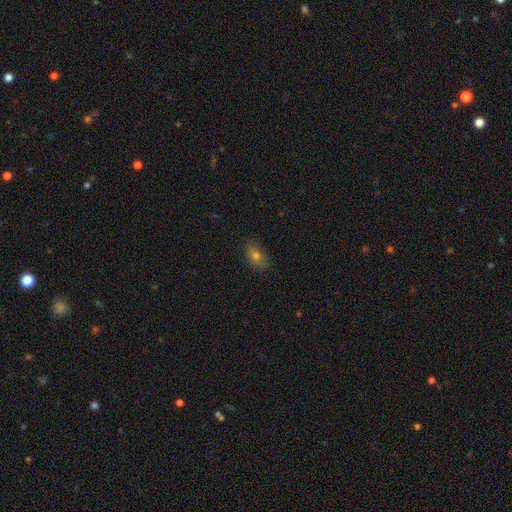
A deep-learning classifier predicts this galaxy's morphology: A smooth galaxy with no disk features (72%) that is in between round and cigar-shaped (79%).

Vote fractions:
- Smooth or featured? smooth: 72% / star or artifact: 16% / featured or disk: 12%
- How rounded? in between: 79% / round: 17% / cigar-shaped: 4%
- Merging? none: 83% / minor disturbance: 13% / major disturbance: 3% / merger: 1%